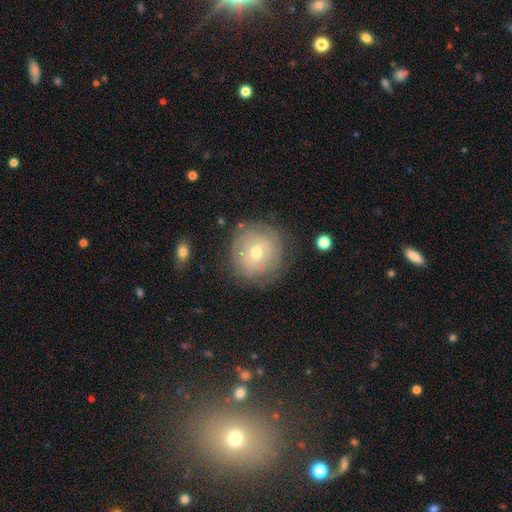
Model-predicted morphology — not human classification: The model was most divided on "smooth or featured": smooth: 53%, featured or disk: 37%, star or artifact: 10%. More confident: how rounded — round (92%); merging — none (77%).